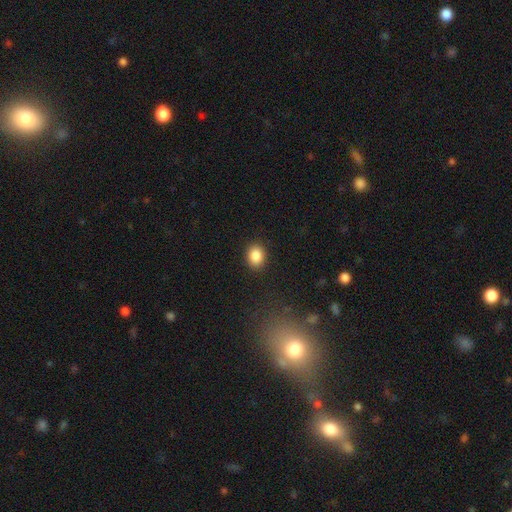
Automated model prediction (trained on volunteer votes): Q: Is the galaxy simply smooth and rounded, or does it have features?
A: smooth — 87%.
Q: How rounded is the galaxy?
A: round — 52%.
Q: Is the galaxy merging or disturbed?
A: none — 90%.